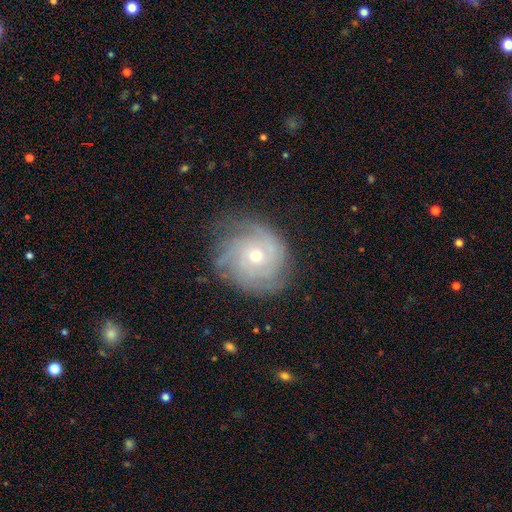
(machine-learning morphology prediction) Smooth or featured?
  - featured or disk: 80% *
  - smooth: 13%
  - star or artifact: 8%
Edge-on disk?
  - no: 97% *
  - yes: 3%
Bar?
  - no: 78% *
  - weak: 18%
  - strong: 3%
Spiral arms?
  - yes: 94% *
  - no: 6%
Spiral winding?
  - tight: 69% *
  - medium: 24%
  - loose: 6%
Spiral arm count?
  - can't tell: 34% *
  - 3: 21%
  - 4: 17%
  - 2: 14%
  - more than 4: 8%
  - 1: 6%
Bulge size?
  - small: 58% *
  - moderate: 39%
  - large: 1%
  - none: 1%
  - dominant: 1%
Merging?
  - none: 75% *
  - minor disturbance: 17%
  - major disturbance: 7%
  - merger: 1%